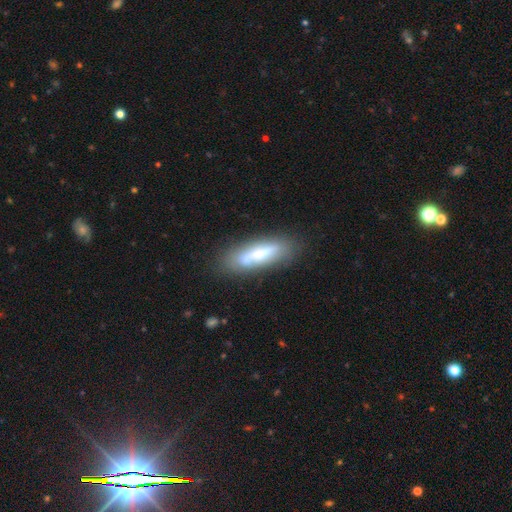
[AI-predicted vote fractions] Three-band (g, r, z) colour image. It shows a smooth galaxy with no disk features (55%) that is cigar-shaped (62%). Merging: none (76%).